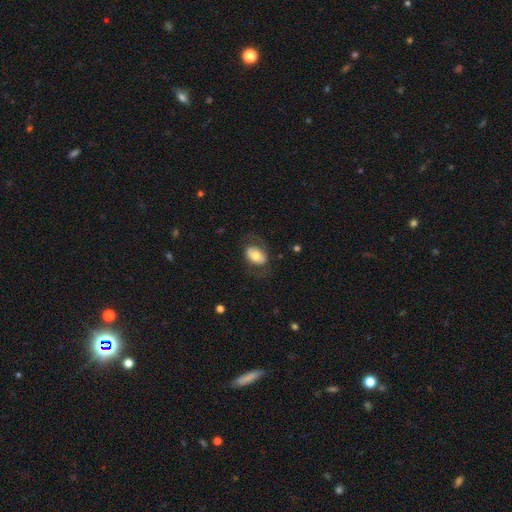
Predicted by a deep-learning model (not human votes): Smooth or featured? Predicted: smooth (p=0.56). How rounded? Predicted: in between (p=0.81). Merging? Predicted: none (p=0.71).